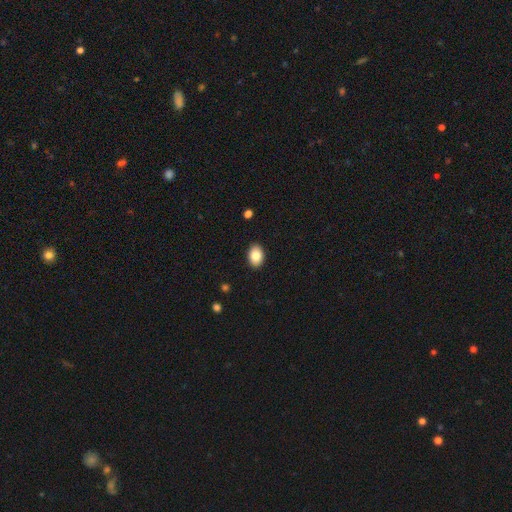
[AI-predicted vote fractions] This appears to be a smooth galaxy with no disk features (84%) that is in between round and cigar-shaped (83%). Merging: none (89%).